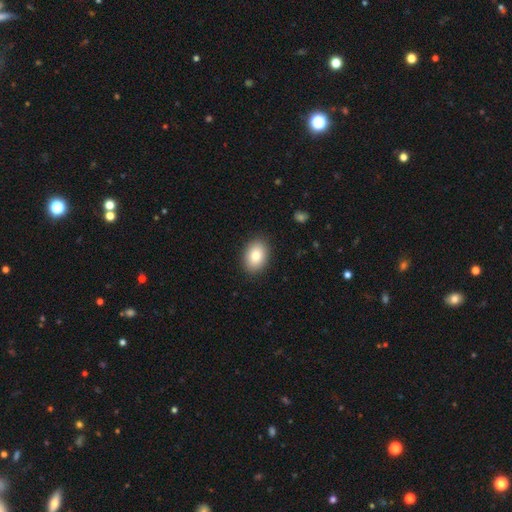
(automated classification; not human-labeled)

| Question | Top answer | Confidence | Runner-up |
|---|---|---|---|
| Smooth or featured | smooth | 83% | featured or disk (9%) |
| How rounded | in between | 77% | round (22%) |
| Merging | none | 89% | minor disturbance (8%) |